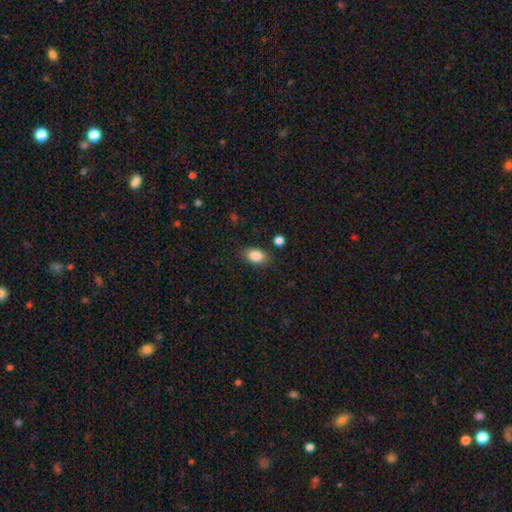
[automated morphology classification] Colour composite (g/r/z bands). It shows a smooth galaxy with no disk features (86%) that is in between round and cigar-shaped (84%). Merging: none (83%).